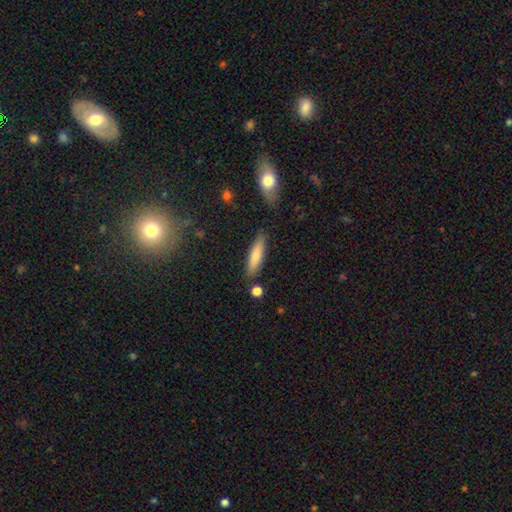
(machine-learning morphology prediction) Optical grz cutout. It shows a smooth galaxy with no disk features (76%) that is cigar-shaped (70%). Merging: none (83%).